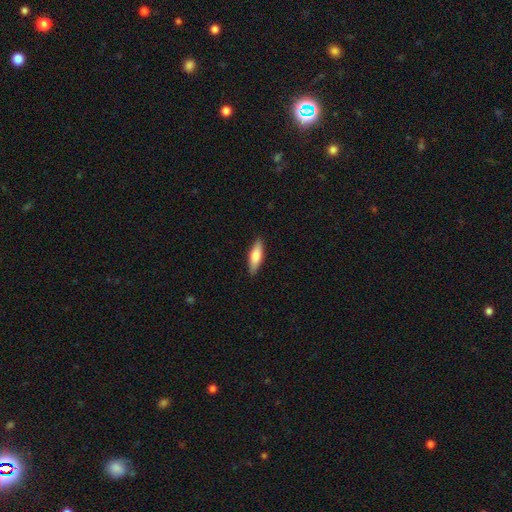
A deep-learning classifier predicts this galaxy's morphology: A smooth galaxy with no disk features (71%) that is cigar-shaped (53%).

Vote fractions:
- Smooth or featured? smooth: 71% / featured or disk: 23% / star or artifact: 5%
- How rounded? cigar-shaped: 53% / in between: 45% / round: 2%
- Merging? none: 90% / minor disturbance: 8% / major disturbance: 2% / merger: 1%